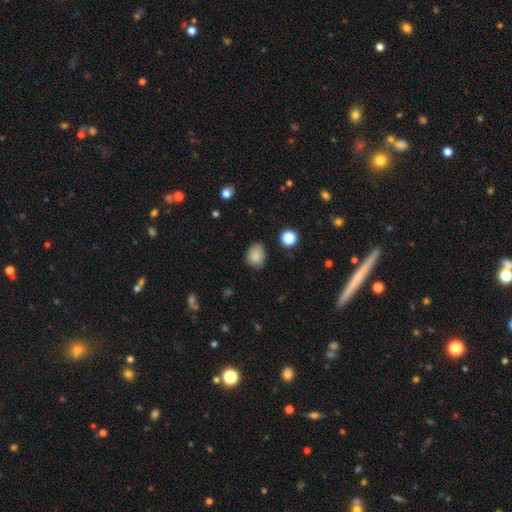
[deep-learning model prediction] Overall: smooth (83%). How rounded: in between (50%; round 49%). Merging: none (71%).